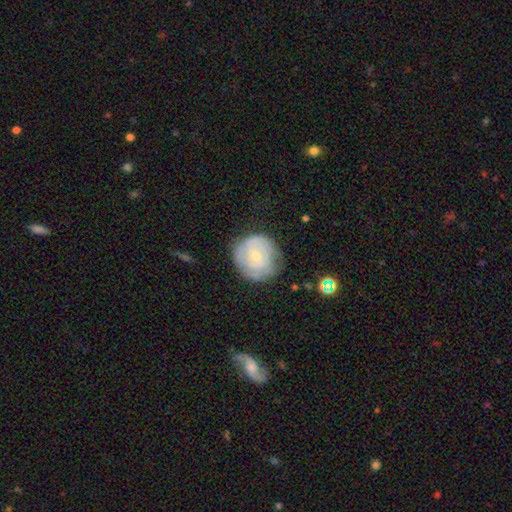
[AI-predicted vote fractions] A featured or disk galaxy (59%) with no bar (74%), spiral arms (70%) and a small central bulge (66%). Merging: none (67%).